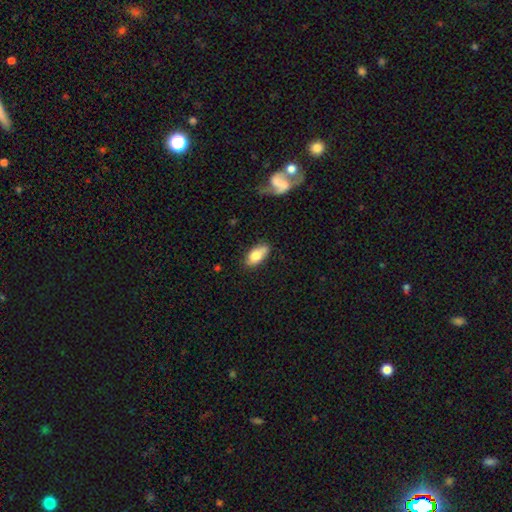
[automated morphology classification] smooth 79%, featured or disk 14%, star or artifact 7%. Down the decision tree: how rounded — in between (89%); merging — none (68%).